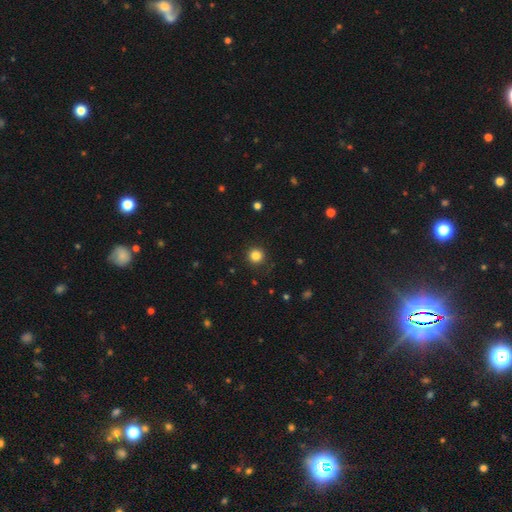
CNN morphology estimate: Q: Smooth or featured?
A: smooth (84%); runner-up: star or artifact (12%)
Q: How rounded?
A: round (95%); runner-up: in between (4%)
Q: Merging?
A: none (89%); runner-up: minor disturbance (7%)